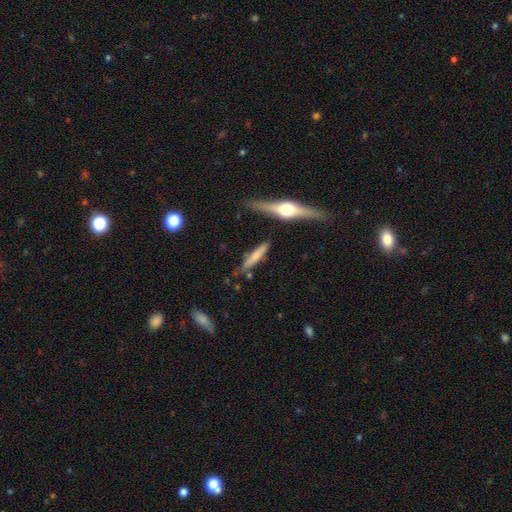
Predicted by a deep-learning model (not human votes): Smooth or featured: smooth — 58% (featured or disk — 35%)
How rounded: cigar-shaped — 87% (in between — 12%)
Merging: none — 75% (minor disturbance — 16%)